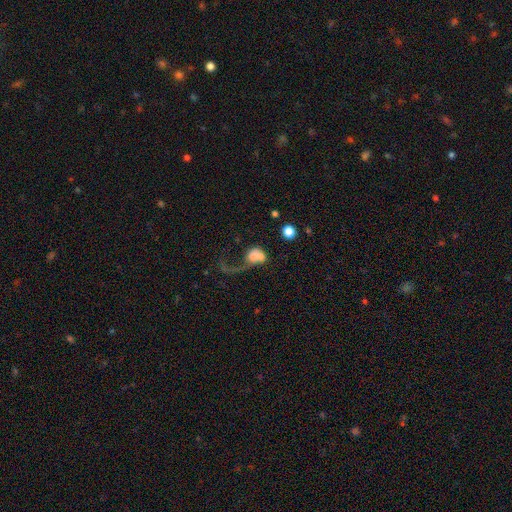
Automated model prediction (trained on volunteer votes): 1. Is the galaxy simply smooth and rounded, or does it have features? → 58% smooth, 33% featured or disk, 9% star or artifact.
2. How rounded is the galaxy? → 55% round, 43% in between, 2% cigar-shaped.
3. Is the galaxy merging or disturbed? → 49% major disturbance, 24% merger, 17% none, 10% minor disturbance.